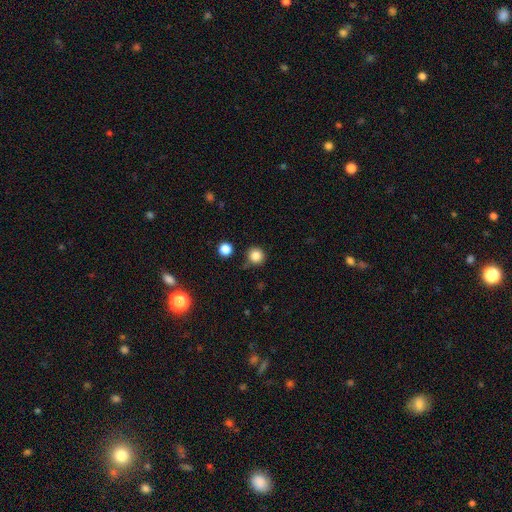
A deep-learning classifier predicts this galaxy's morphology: Overall: smooth (84%). How rounded: round (94%). Merging: none (83%).